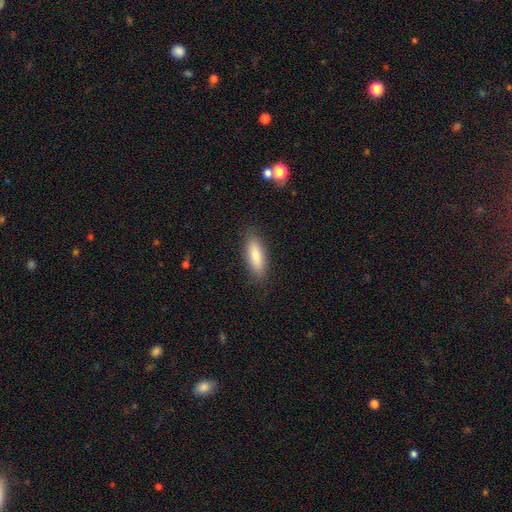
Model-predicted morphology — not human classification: smooth-or-featured: smooth: 81% | featured or disk: 13% | star or artifact: 6%
  how-rounded: in between: 62% | cigar-shaped: 36% | round: 2%
  merging: none: 86% | minor disturbance: 11% | major disturbance: 3% | merger: 1%